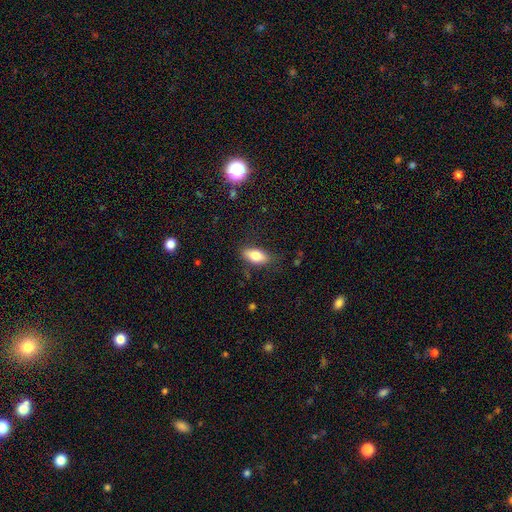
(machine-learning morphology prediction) type=smooth (78%); roundness=in between (87%); merging=none (80%).